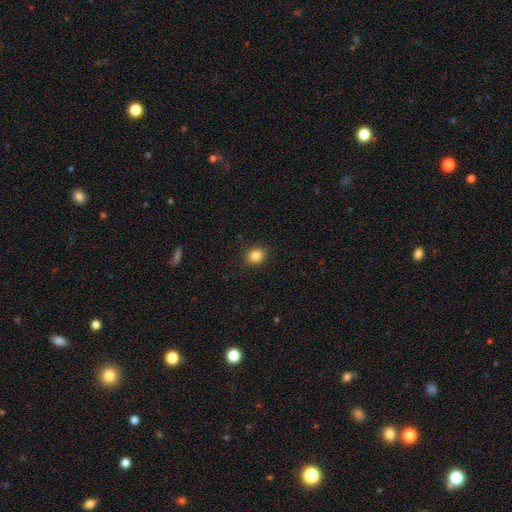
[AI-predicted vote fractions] Smooth or featured?
  - smooth: 85% *
  - star or artifact: 11%
  - featured or disk: 5%
How rounded?
  - round: 61% *
  - in between: 38%
  - cigar-shaped: 1%
Merging?
  - none: 90% *
  - minor disturbance: 7%
  - major disturbance: 2%
  - merger: 1%